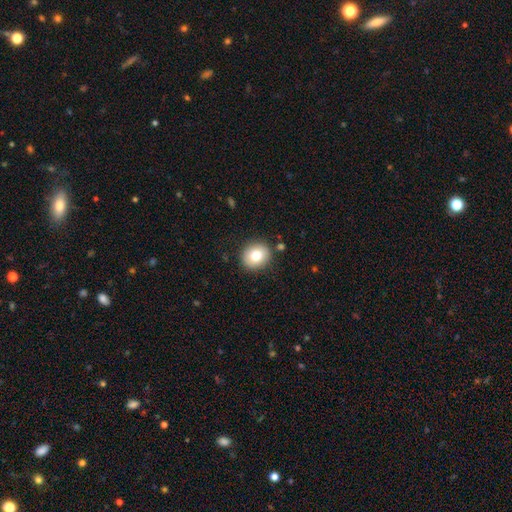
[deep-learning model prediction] Smooth or featured? Predicted: smooth (p=0.79). How rounded? Predicted: round (p=0.73). Merging? Predicted: none (p=0.87).